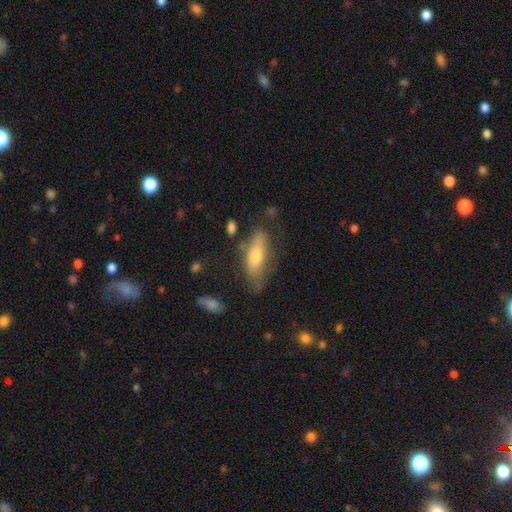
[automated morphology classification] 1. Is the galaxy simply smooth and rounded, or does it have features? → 63% smooth, 30% featured or disk, 7% star or artifact.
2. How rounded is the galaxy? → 56% in between, 41% cigar-shaped, 2% round.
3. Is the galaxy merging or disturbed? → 62% none, 25% minor disturbance, 9% major disturbance, 4% merger.